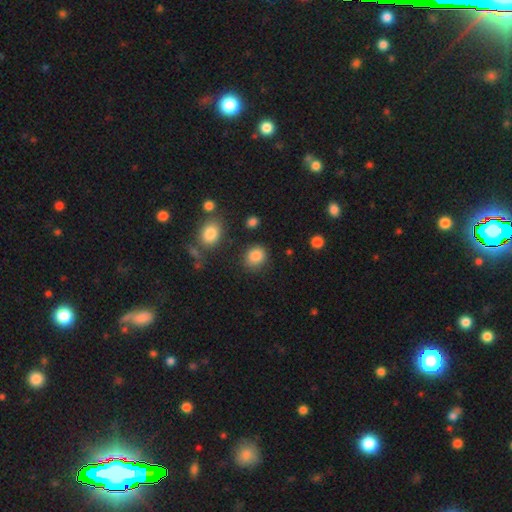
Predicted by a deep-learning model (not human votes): smooth 86%, star or artifact 10%, featured or disk 5%. Down the decision tree: how rounded — round (70%); merging — none (82%).